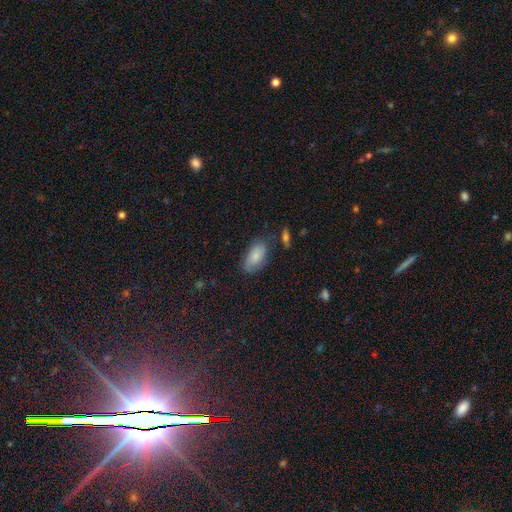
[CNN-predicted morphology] type=smooth (79%); roundness=in between (93%); merging=none (70%).